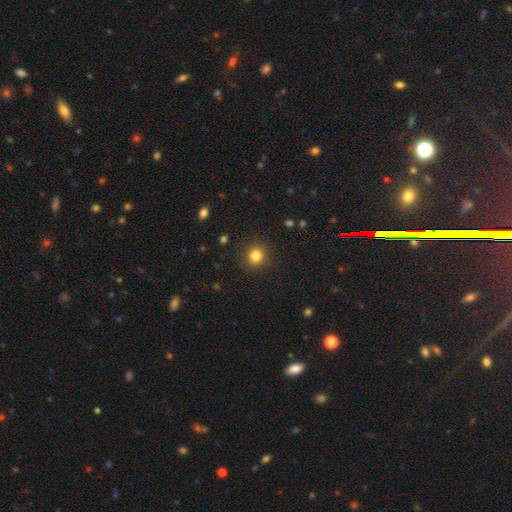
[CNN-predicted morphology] A smooth galaxy with no disk features (83%) that is round (90%).

Vote fractions:
- Smooth or featured? smooth: 83% / star or artifact: 12% / featured or disk: 5%
- How rounded? round: 90% / in between: 9% / cigar-shaped: 1%
- Merging? none: 90% / minor disturbance: 6% / major disturbance: 3% / merger: 1%